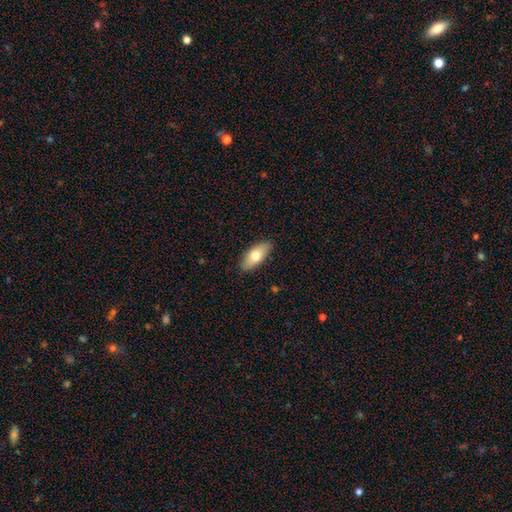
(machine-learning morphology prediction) A smooth galaxy with no disk features (70%) that is in between round and cigar-shaped (81%). Merging: none (88%).